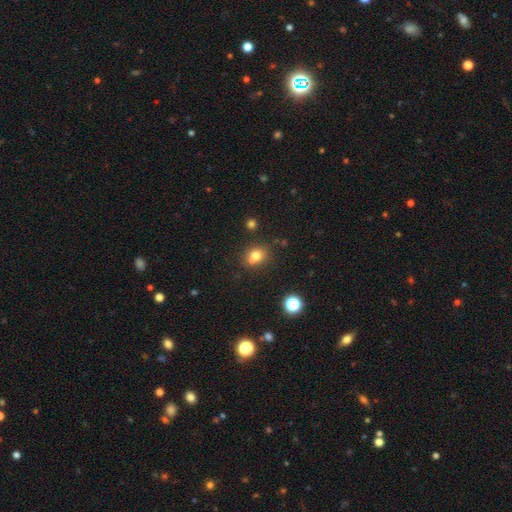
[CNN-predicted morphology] type=smooth (74%); roundness=round (64%); merging=none (56%).